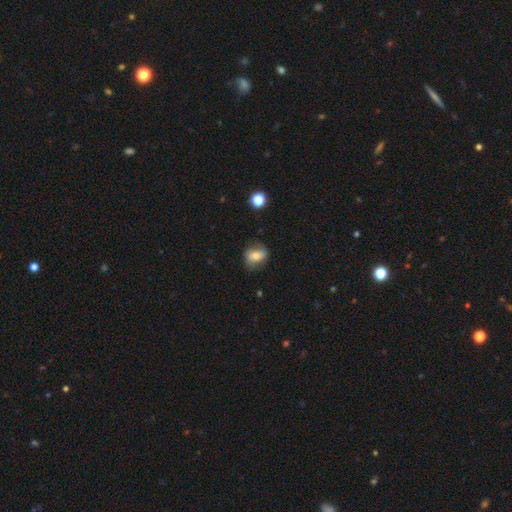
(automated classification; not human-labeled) This appears to be a smooth galaxy with no disk features (62%) that is in between round and cigar-shaped (58%). Merging: none (68%).